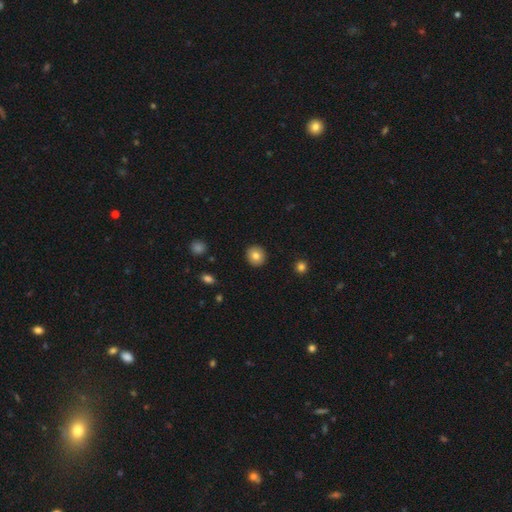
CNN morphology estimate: A smooth galaxy with no disk features (81%) that is round (89%).

Vote fractions:
- Smooth or featured? smooth: 81% / featured or disk: 10% / star or artifact: 9%
- How rounded? round: 89% / in between: 10% / cigar-shaped: 1%
- Merging? none: 92% / minor disturbance: 5% / major disturbance: 2% / merger: 1%